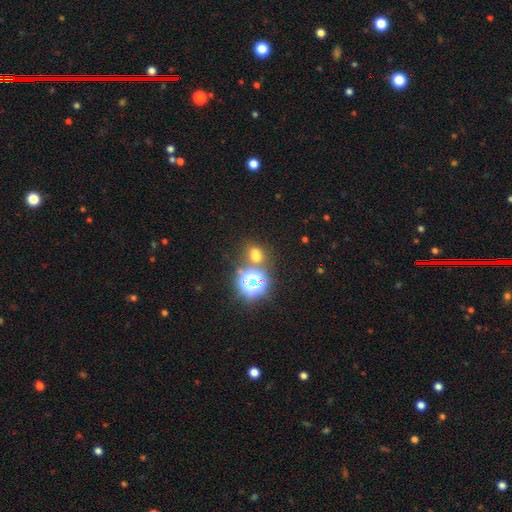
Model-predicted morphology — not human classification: Smooth or featured? Predicted: smooth (p=0.55). How rounded? Predicted: round (p=0.56). Merging? Predicted: none (p=0.68).